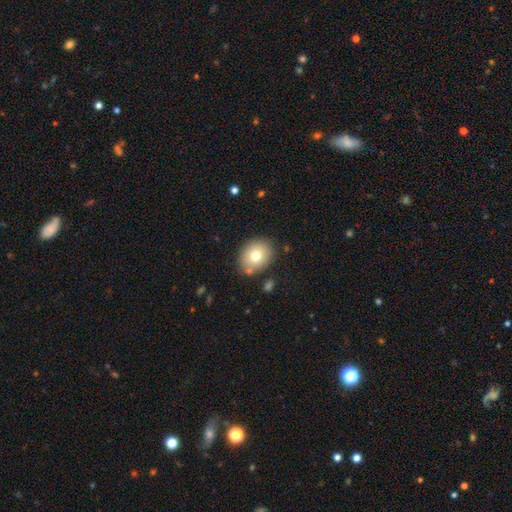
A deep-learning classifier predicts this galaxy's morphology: This is likely a smooth galaxy (74%). How rounded: possibly round (54%). Merging: clearly none (82%).